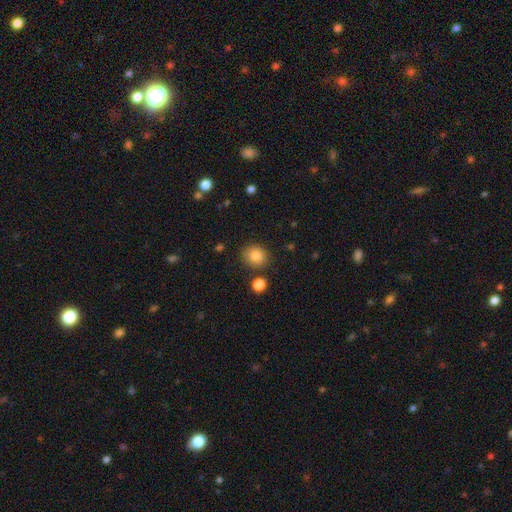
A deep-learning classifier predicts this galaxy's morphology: Smooth or featured?
  - smooth: 84% *
  - star or artifact: 10%
  - featured or disk: 6%
How rounded?
  - round: 77% *
  - in between: 22%
  - cigar-shaped: 1%
Merging?
  - none: 84% *
  - minor disturbance: 9%
  - merger: 4%
  - major disturbance: 3%